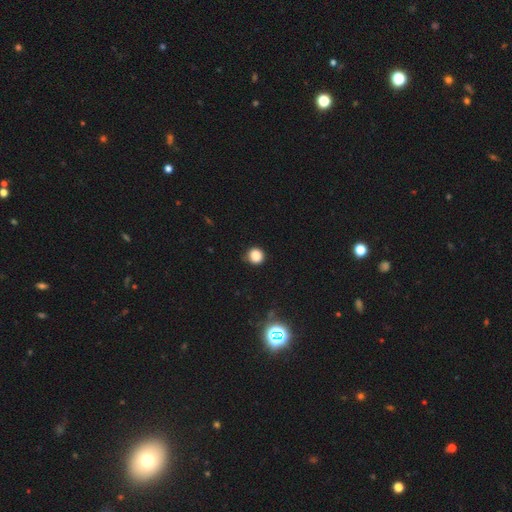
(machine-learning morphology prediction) A smooth galaxy with no disk features (83%) that is round (90%).

Vote fractions:
- Smooth or featured? smooth: 83% / star or artifact: 13% / featured or disk: 4%
- How rounded? round: 90% / in between: 9% / cigar-shaped: 1%
- Merging? none: 85% / minor disturbance: 11% / major disturbance: 3% / merger: 1%